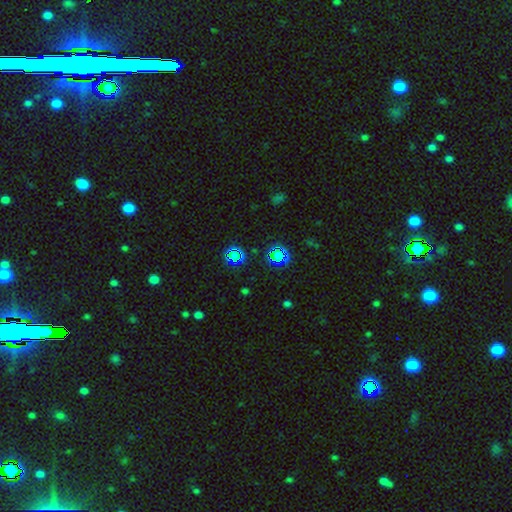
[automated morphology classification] type=star or artifact (60%).